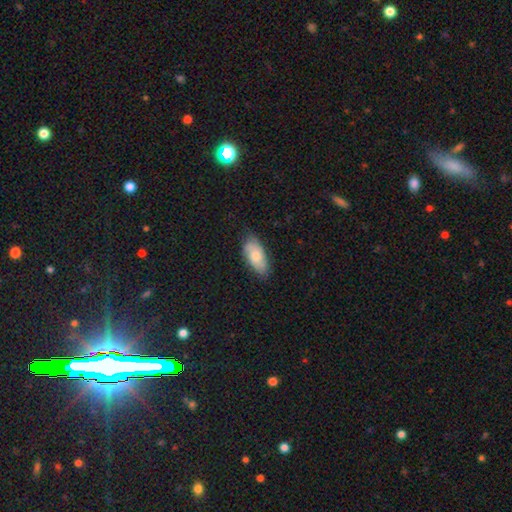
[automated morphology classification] A smooth galaxy with no disk features (72%) that is in between round and cigar-shaped (89%). Merging: none (73%).